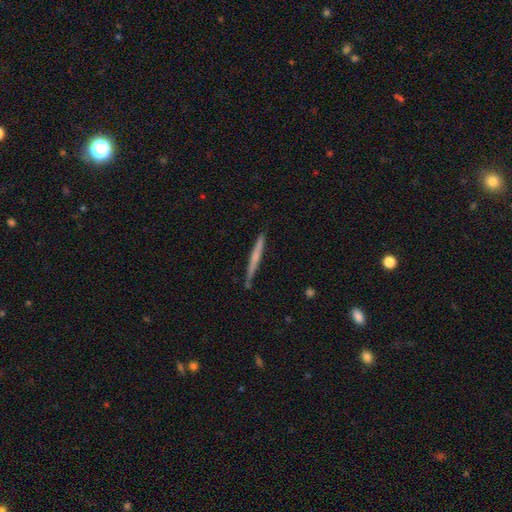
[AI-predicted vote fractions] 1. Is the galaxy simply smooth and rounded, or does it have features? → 53% smooth, 42% featured or disk, 6% star or artifact.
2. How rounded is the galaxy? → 97% cigar-shaped, 2% in between, 1% round.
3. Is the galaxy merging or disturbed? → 85% none, 11% minor disturbance, 2% merger, 2% major disturbance.